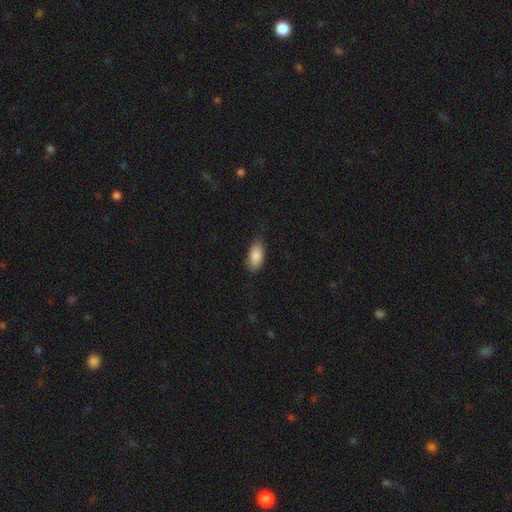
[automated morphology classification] Smooth or featured? Predicted: smooth (p=0.87). How rounded? Predicted: in between (p=0.93). Merging? Predicted: none (p=0.72).